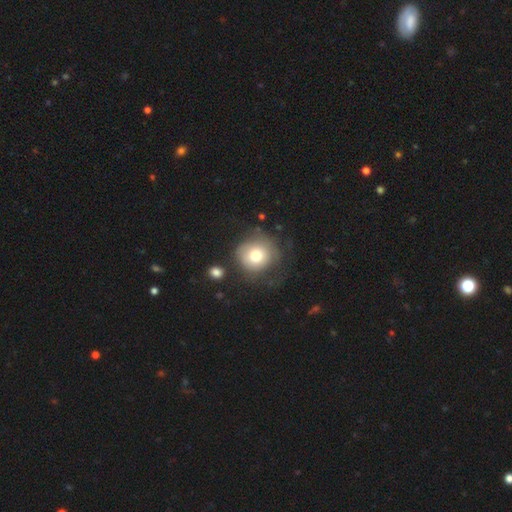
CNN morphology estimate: Overall: smooth (74%). How rounded: round (89%). Merging: none (65%).